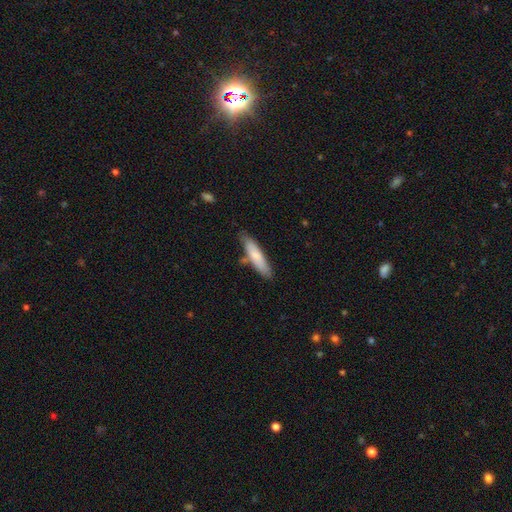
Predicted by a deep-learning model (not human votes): Overall: smooth (75%). How rounded: cigar-shaped (78%). Merging: none (76%).